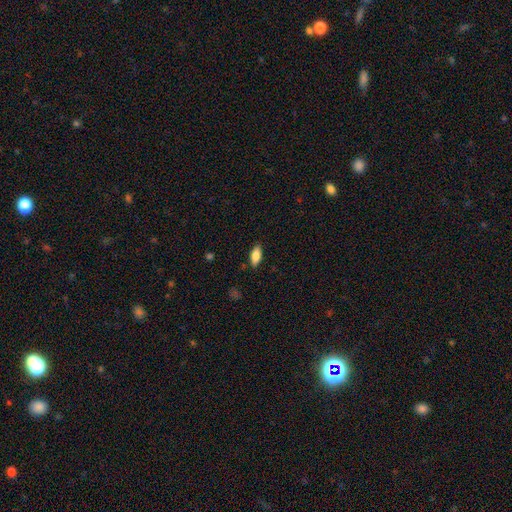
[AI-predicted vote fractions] This appears to be a smooth galaxy with no disk features (82%) that is in between round and cigar-shaped (83%). Merging: none (86%).